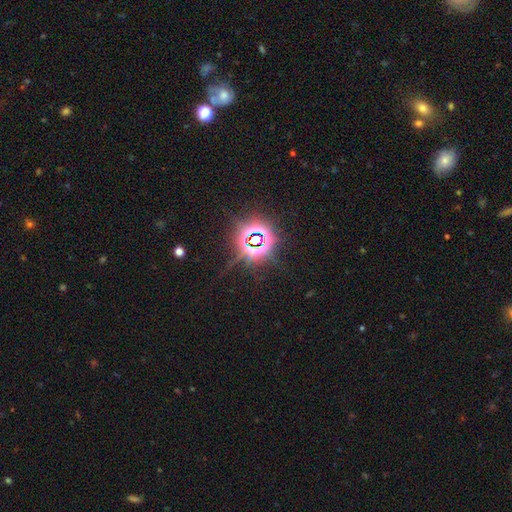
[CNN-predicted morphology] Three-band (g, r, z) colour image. It shows a star or artifact, not a galaxy (84%).